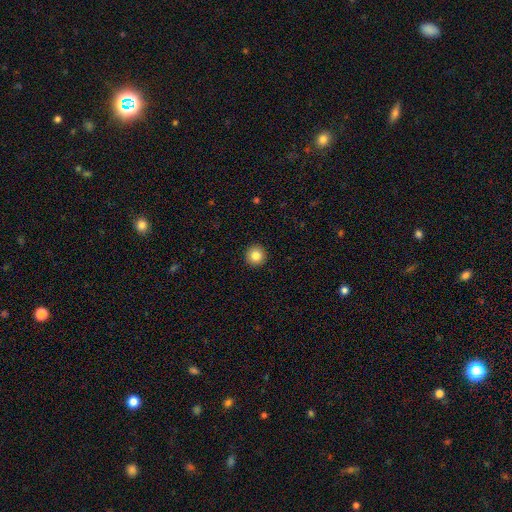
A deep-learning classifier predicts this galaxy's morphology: Smooth or featured?
  - smooth: 83% *
  - star or artifact: 10%
  - featured or disk: 7%
How rounded?
  - round: 96% *
  - in between: 3%
  - cigar-shaped: 1%
Merging?
  - none: 94% *
  - minor disturbance: 4%
  - major disturbance: 1%
  - merger: 1%